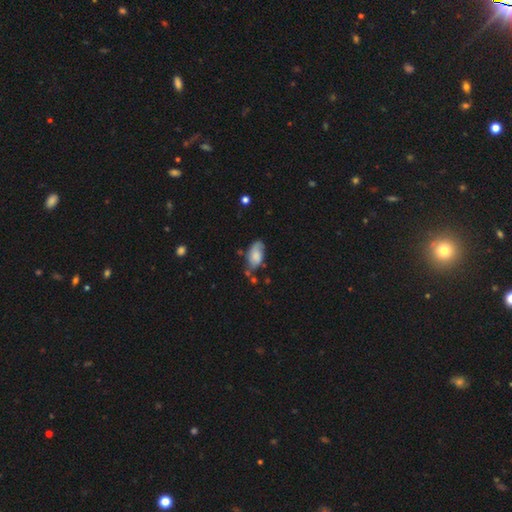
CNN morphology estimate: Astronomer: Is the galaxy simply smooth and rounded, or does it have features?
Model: smooth — 61%.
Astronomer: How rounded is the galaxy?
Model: in between — 92%.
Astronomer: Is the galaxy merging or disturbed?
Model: none — 52% (runner-up: minor disturbance, 31%).